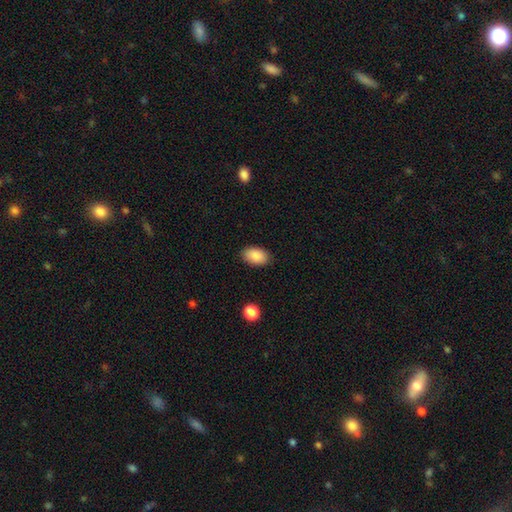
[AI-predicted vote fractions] smooth_or_featured: smooth (p=0.89) [alt: star or artifact p=0.07]
how_rounded: in between (p=0.91) [alt: round p=0.08]
merging: none (p=0.88) [alt: minor disturbance p=0.09]